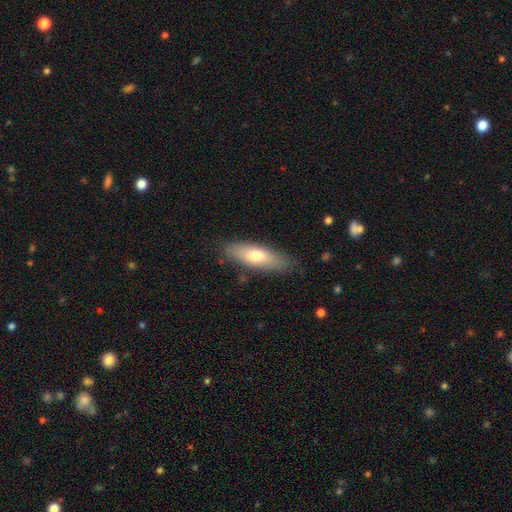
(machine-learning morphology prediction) Q: Smooth or featured?
A: smooth (69%); runner-up: featured or disk (25%)
Q: How rounded?
A: in between (54%); runner-up: cigar-shaped (44%)
Q: Merging?
A: none (82%); runner-up: minor disturbance (14%)